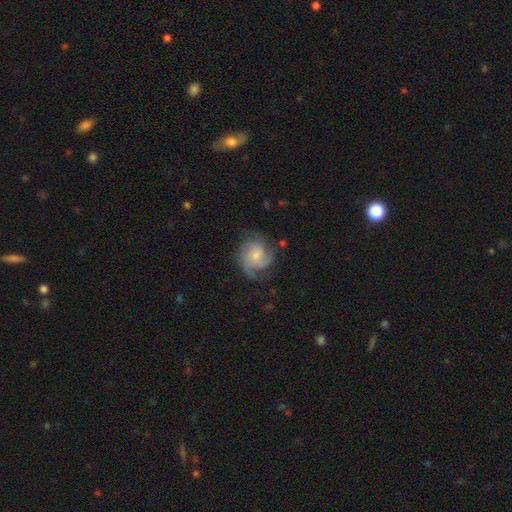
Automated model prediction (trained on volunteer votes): The model was most divided on "spiral winding": medium: 43%, tight: 39%, loose: 18%. Remaining: edge-on disk — no (98%); spiral arms — yes (94%); smooth or featured — featured or disk (71%); bar — no (70%); merging — none (63%); bulge size — small (48%); spiral arm count — 3 (44%).